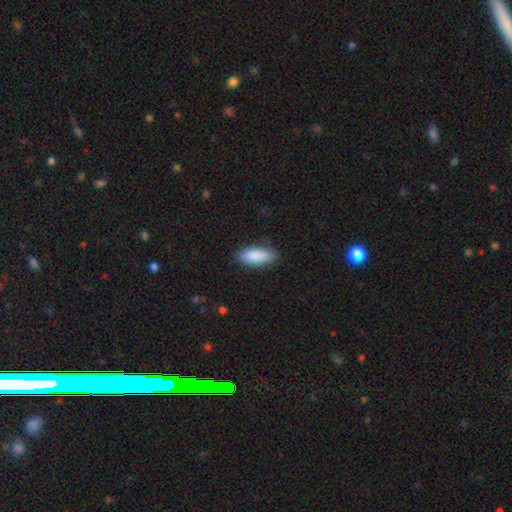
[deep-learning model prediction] Smooth or featured? smooth (88%)
How rounded? in between (81%)
Merging? none (83%)